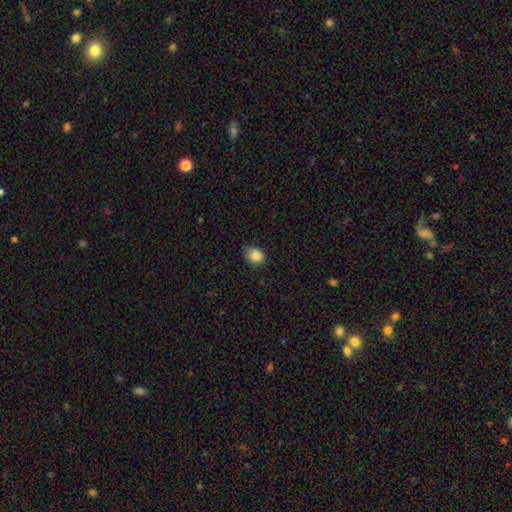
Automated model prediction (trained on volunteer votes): Morphology: type=smooth (86%); roundness=in between (50%); merging=none (70%).